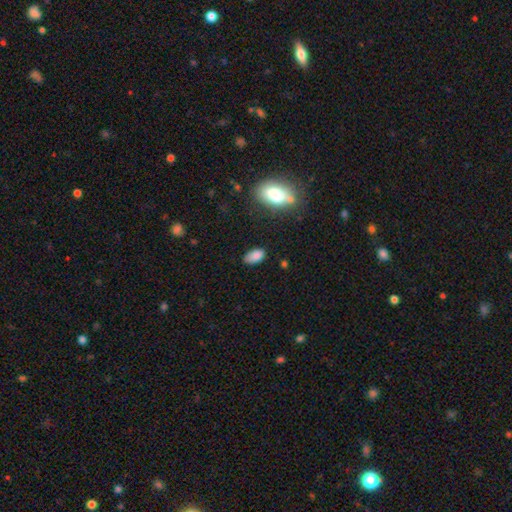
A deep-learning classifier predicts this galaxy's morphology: Overall: smooth (85%). How rounded: in between (93%). Merging: none (74%).